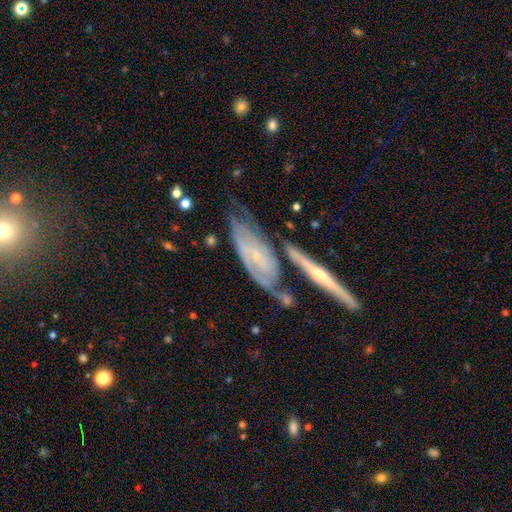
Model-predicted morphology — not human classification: Q: Smooth or featured?
A: featured or disk (80%); runner-up: smooth (13%)
Q: Edge-on disk?
A: no (77%); runner-up: yes (23%)
Q: Bar?
A: no (58%); runner-up: weak (30%)
Q: Spiral arms?
A: yes (89%); runner-up: no (11%)
Q: Spiral winding?
A: tight (61%); runner-up: medium (31%)
Q: Spiral arm count?
A: 2 (45%); runner-up: can't tell (36%)
Q: Bulge size?
A: small (79%); runner-up: moderate (14%)
Q: Merging?
A: none (52%); runner-up: merger (21%)